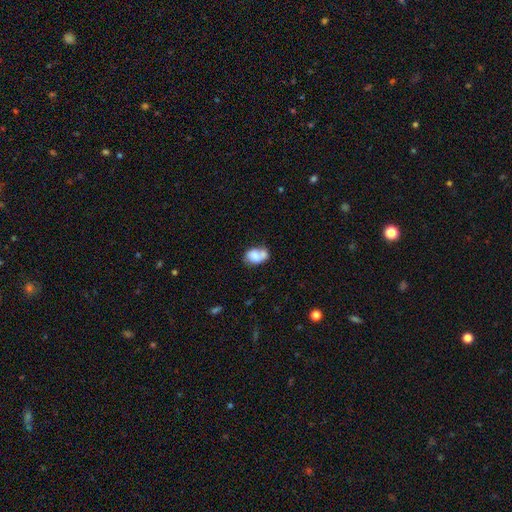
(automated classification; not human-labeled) This is likely a smooth galaxy (66%). How rounded: likely in between (73%). Merging: possibly merger (46%).